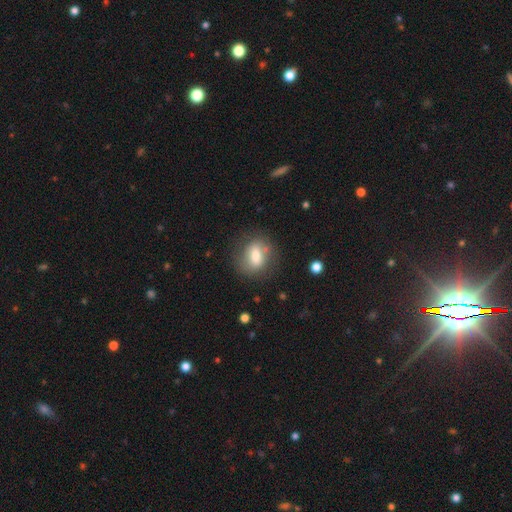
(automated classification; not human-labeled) A smooth galaxy with no disk features (67%) that is in between round and cigar-shaped (57%). Merging: none (76%).